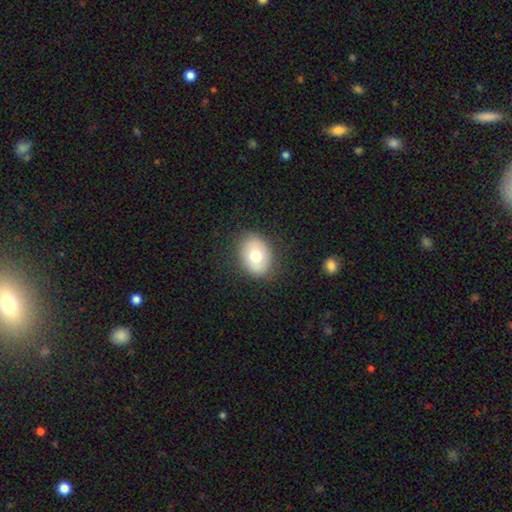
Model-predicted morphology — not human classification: Overall: smooth (72%). How rounded: in between (63%; round 36%). Merging: none (85%).